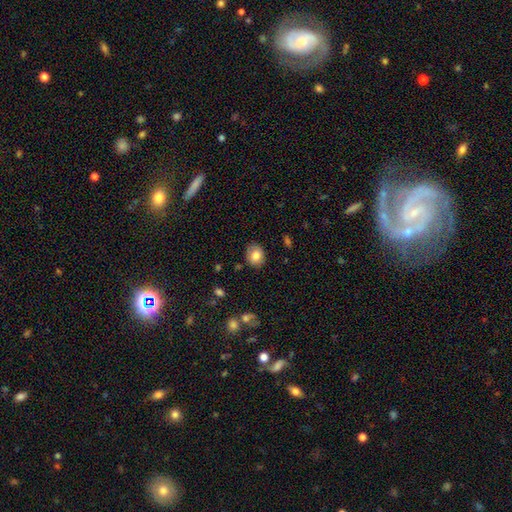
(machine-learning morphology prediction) The model was most divided on "how rounded": round: 55%, in between: 44%, cigar-shaped: 1%. More confident: merging — none (84%); smooth or featured — smooth (79%).